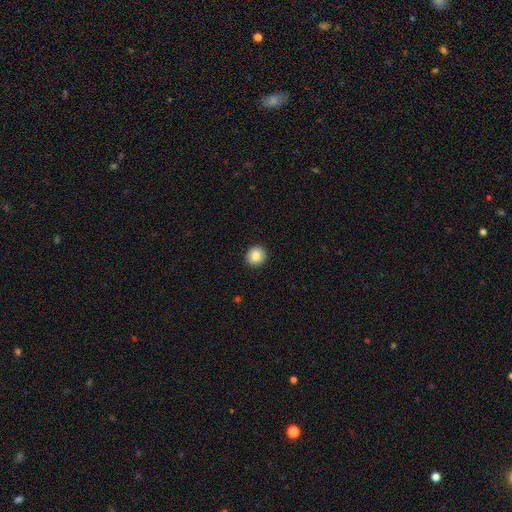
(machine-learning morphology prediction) Smooth or featured: smooth — 86% (star or artifact — 9%)
How rounded: round — 90% (in between — 9%)
Merging: none — 91% (minor disturbance — 6%)